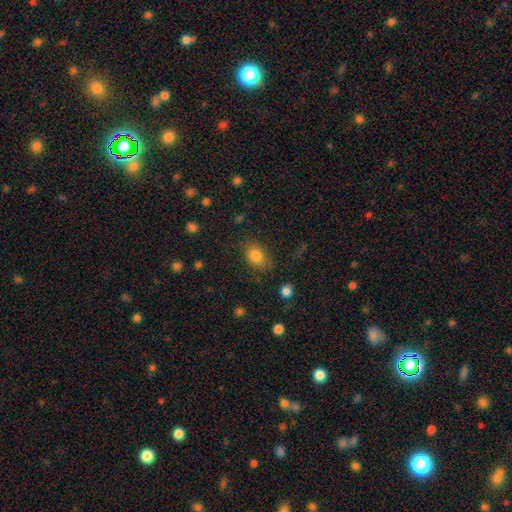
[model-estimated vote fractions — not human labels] This is clearly a smooth galaxy (83%). How rounded: likely in between (72%). Merging: likely none (76%).